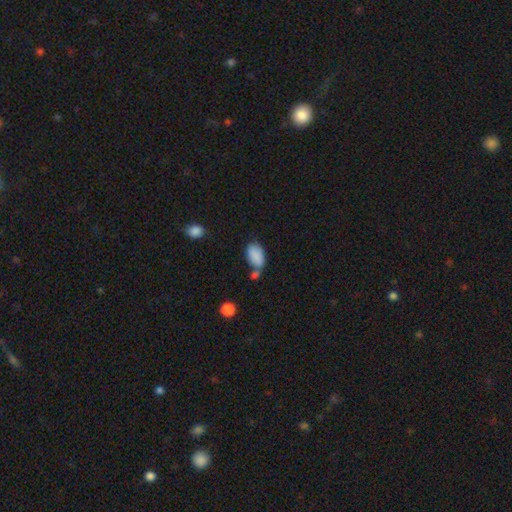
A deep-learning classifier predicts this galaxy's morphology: smooth_or_featured: smooth (p=0.86) [alt: star or artifact p=0.08]
how_rounded: in between (p=0.92) [alt: round p=0.06]
merging: none (p=0.45) [alt: merger p=0.24]